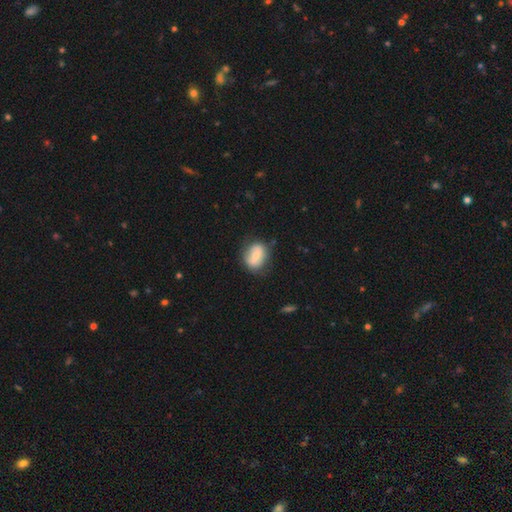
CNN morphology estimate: Smooth or featured: smooth — 60% (featured or disk — 33%)
How rounded: in between — 56% (round — 42%)
Merging: none — 68% (minor disturbance — 22%)